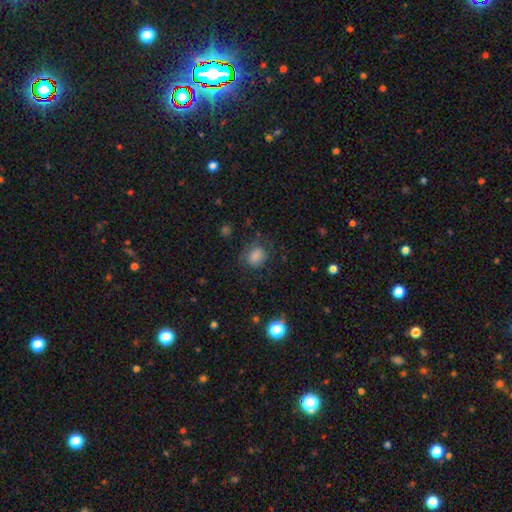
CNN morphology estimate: Q: Smooth or featured?
A: smooth (79%); runner-up: star or artifact (11%)
Q: How rounded?
A: in between (53%); runner-up: round (46%)
Q: Merging?
A: none (65%); runner-up: minor disturbance (21%)